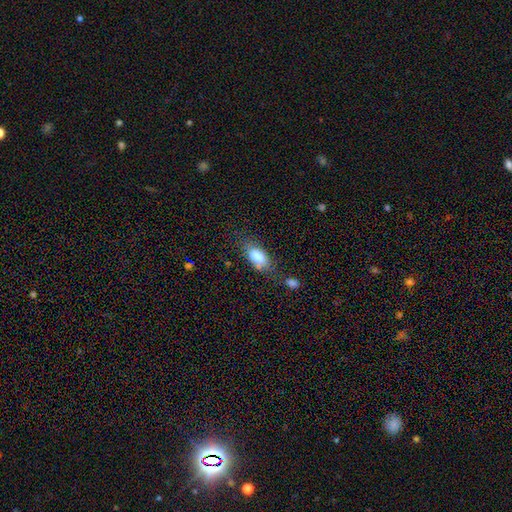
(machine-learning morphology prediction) Smooth or featured?
  - smooth: 81% *
  - featured or disk: 11%
  - star or artifact: 8%
How rounded?
  - in between: 87% *
  - cigar-shaped: 7%
  - round: 6%
Merging?
  - none: 59% *
  - minor disturbance: 22%
  - merger: 10%
  - major disturbance: 8%